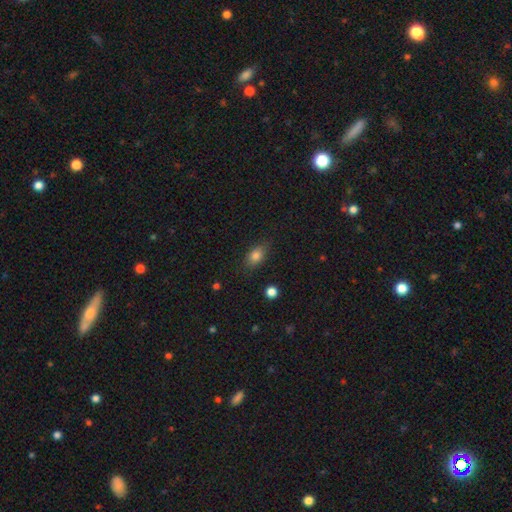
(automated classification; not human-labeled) A smooth galaxy with no disk features (81%) that is in between round and cigar-shaped (82%). Merging: none (81%).